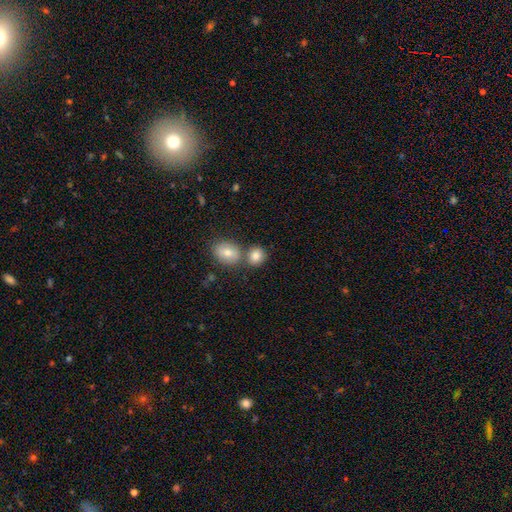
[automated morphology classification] Smooth or featured: smooth — 84% (star or artifact — 9%)
How rounded: round — 65% (in between — 34%)
Merging: none — 54% (merger — 34%)